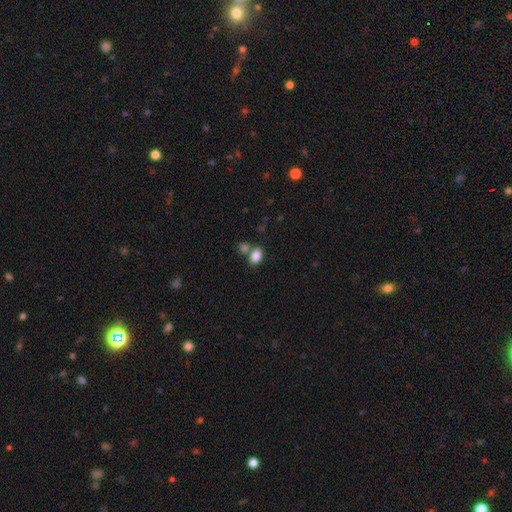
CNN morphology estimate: smooth_or_featured: smooth (p=0.85) [alt: star or artifact p=0.09]
how_rounded: in between (p=0.82) [alt: round p=0.17]
merging: none (p=0.54) [alt: merger p=0.31]